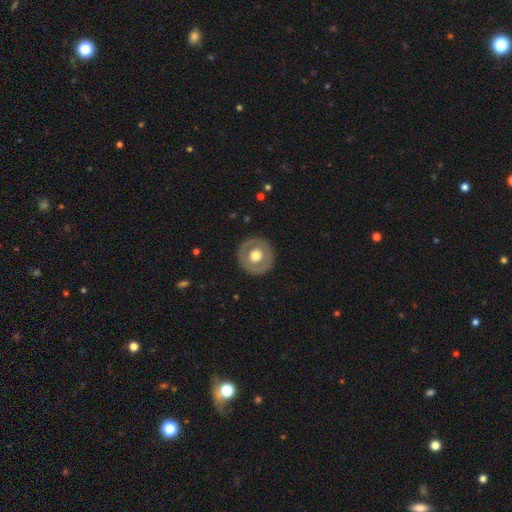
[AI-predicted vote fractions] Smooth or featured: smooth — 53% (featured or disk — 42%)
How rounded: round — 93% (in between — 6%)
Merging: none — 89% (minor disturbance — 7%)